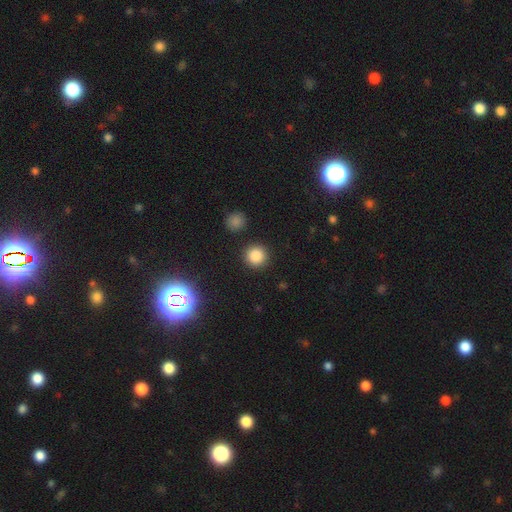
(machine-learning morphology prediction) smooth_or_featured: smooth (p=0.84) [alt: star or artifact p=0.12]
how_rounded: round (p=0.94) [alt: in between p=0.05]
merging: none (p=0.90) [alt: minor disturbance p=0.05]